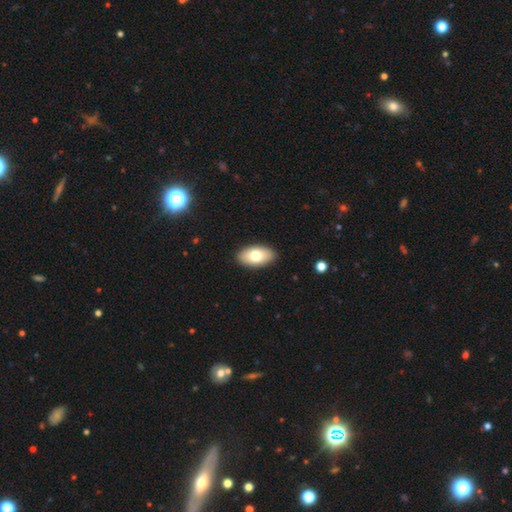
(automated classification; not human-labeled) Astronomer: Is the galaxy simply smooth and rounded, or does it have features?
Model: smooth — 75%.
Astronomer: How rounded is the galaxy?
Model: in between — 94%.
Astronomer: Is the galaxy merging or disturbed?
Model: none — 90%.